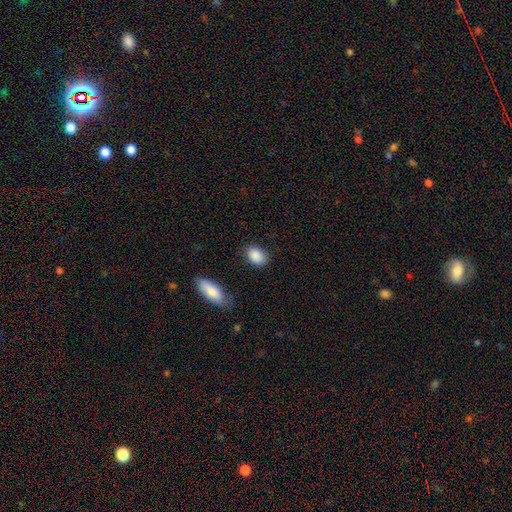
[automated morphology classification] smooth_or_featured: smooth (p=0.89) [alt: star or artifact p=0.07]
how_rounded: in between (p=0.80) [alt: round p=0.19]
merging: none (p=0.79) [alt: minor disturbance p=0.14]